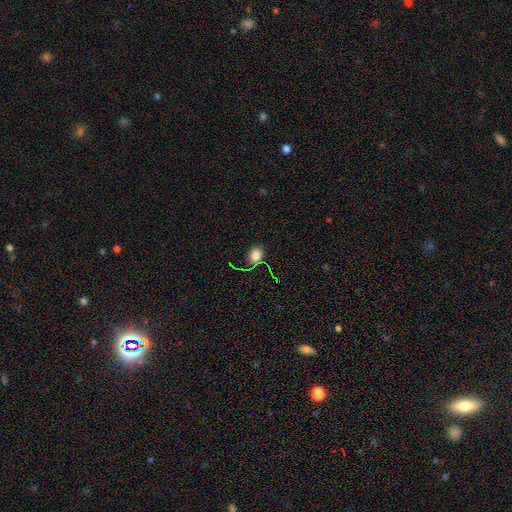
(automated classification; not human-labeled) A smooth galaxy with no disk features (75%) that is in between round and cigar-shaped (60%). Merging: none (80%).